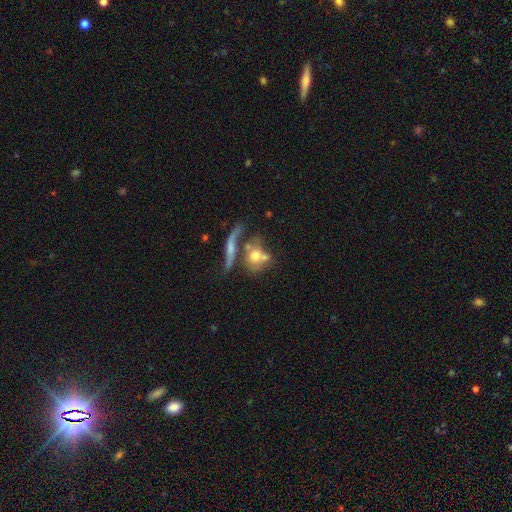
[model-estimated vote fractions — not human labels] The model was most divided on "merging": merger: 44%, none: 30%, major disturbance: 14%, minor disturbance: 12%. More confident: how rounded — round (55%); smooth or featured — smooth (54%).